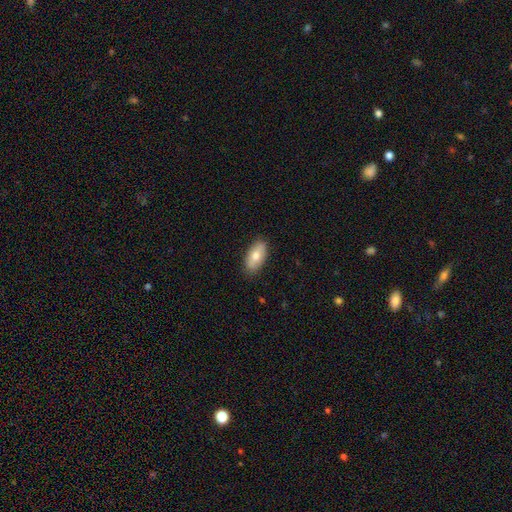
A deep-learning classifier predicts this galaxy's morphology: Smooth or featured: smooth — 73% (featured or disk — 20%)
How rounded: in between — 92% (cigar-shaped — 5%)
Merging: none — 86% (minor disturbance — 11%)